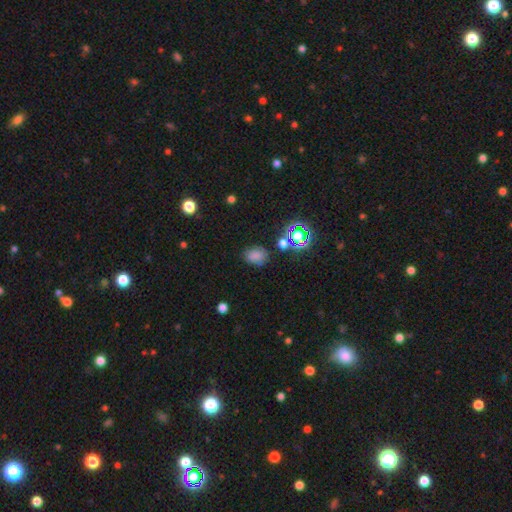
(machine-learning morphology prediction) A smooth galaxy with no disk features (75%) that is in between round and cigar-shaped (66%). Merging: none (73%).